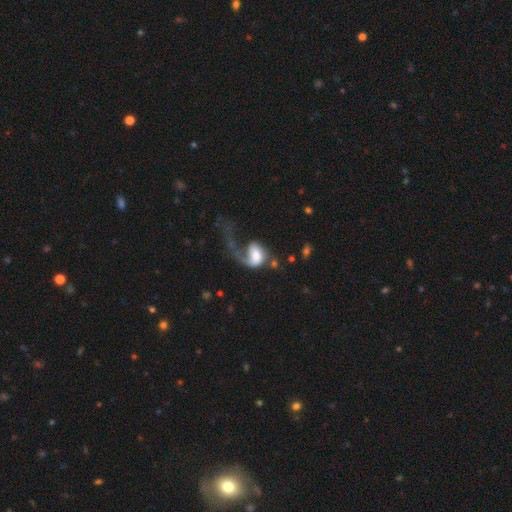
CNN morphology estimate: This is possibly a featured or disk galaxy (56%). It is clearly not viewed edge-on (97%). Bar: possibly no (58%). Spiral arm pattern: clearly yes (80%). Central bulge: marginally large (38%). Merging: likely major disturbance (62%).